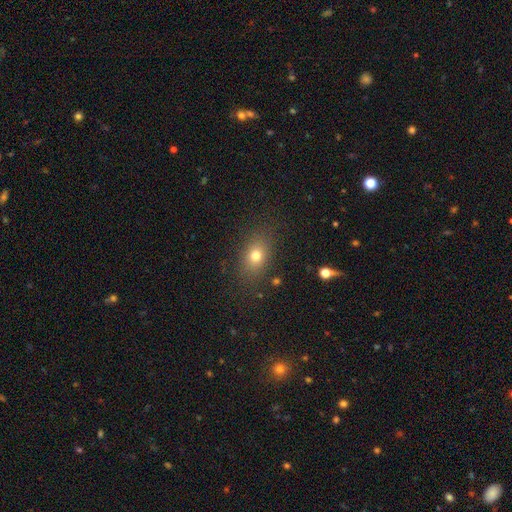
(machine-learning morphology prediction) Overall: smooth (75%). How rounded: in between (68%; round 29%). Merging: none (83%).